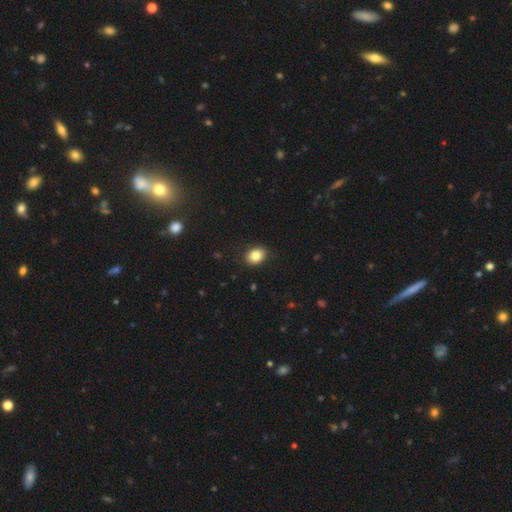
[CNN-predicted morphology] smooth-or-featured: smooth: 84% | star or artifact: 9% | featured or disk: 7%
  how-rounded: in between: 55% | round: 44% | cigar-shaped: 1%
  merging: none: 88% | minor disturbance: 9% | major disturbance: 2% | merger: 1%